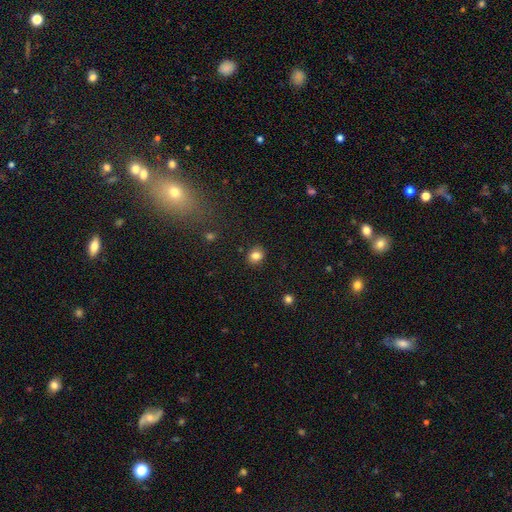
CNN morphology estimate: Overall: smooth (83%). How rounded: round (70%). Merging: none (88%).